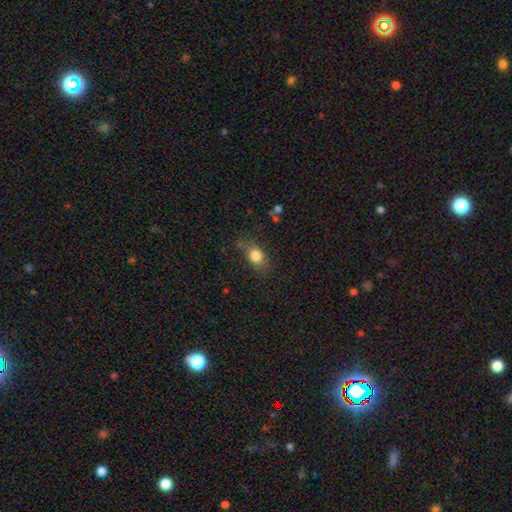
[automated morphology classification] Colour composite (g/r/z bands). It shows a smooth galaxy with no disk features (80%) that is in between round and cigar-shaped (67%). Merging: none (67%).